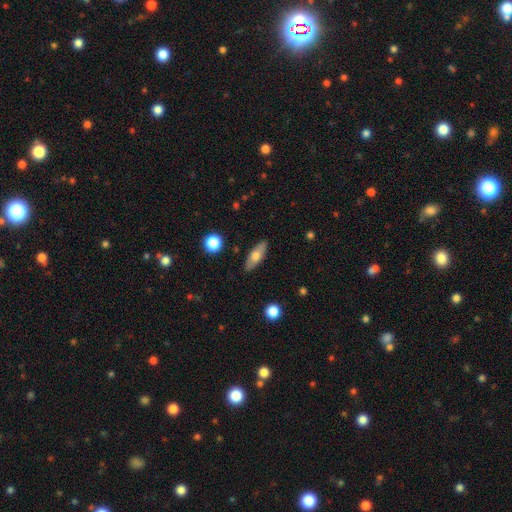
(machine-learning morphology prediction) A smooth galaxy with no disk features (60%) that is in between round and cigar-shaped (64%). Merging: none (86%).